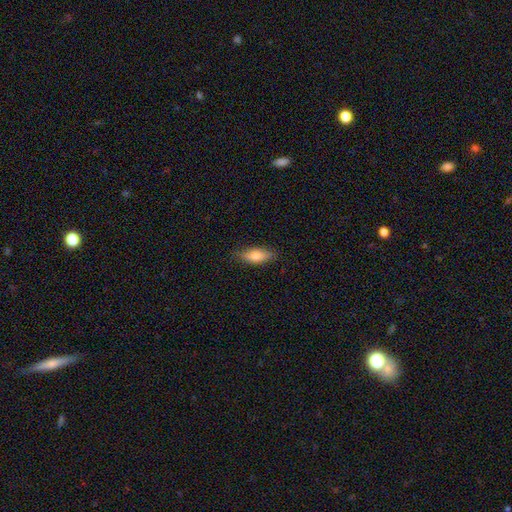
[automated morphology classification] Smooth or featured? smooth (75%)
How rounded? in between (76%)
Merging? none (82%)